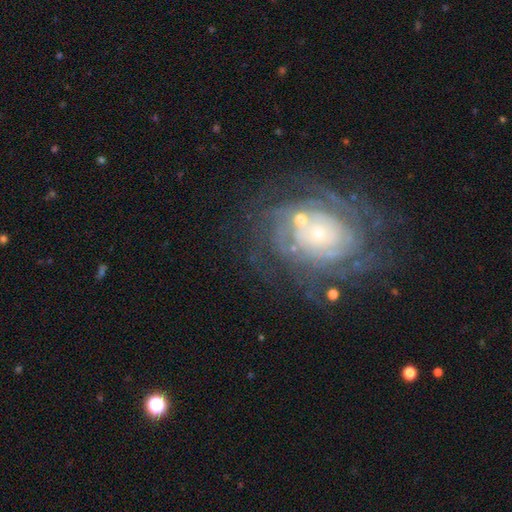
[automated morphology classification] A featured or disk galaxy (74%) with no bar (74%), tight (72%) spiral arms (86%) and a small central bulge (66%). Merging: none (75%).